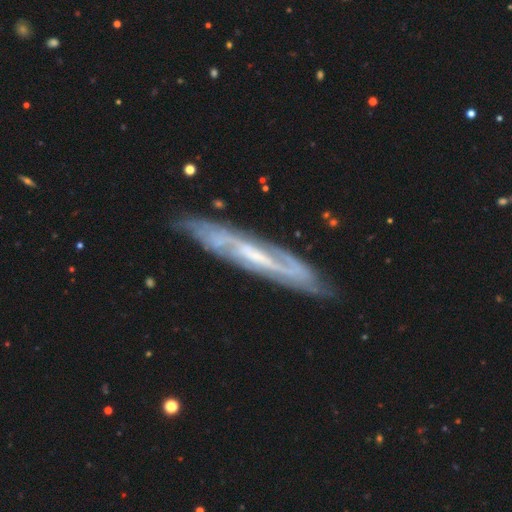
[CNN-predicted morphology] This appears to be a featured or disk galaxy (81%). Merging: none (79%).